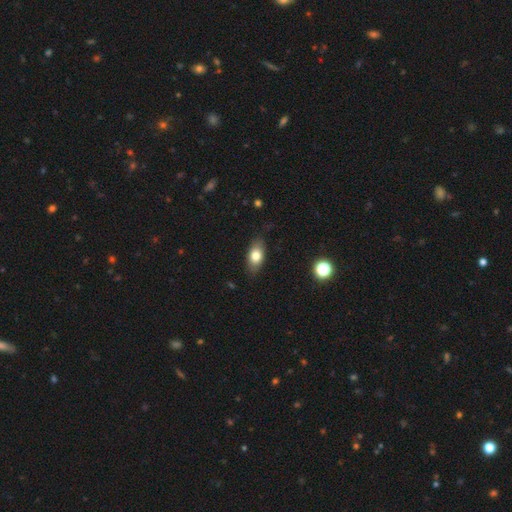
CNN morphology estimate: A smooth galaxy with no disk features (76%) that is in between round and cigar-shaped (87%). Merging: none (81%).